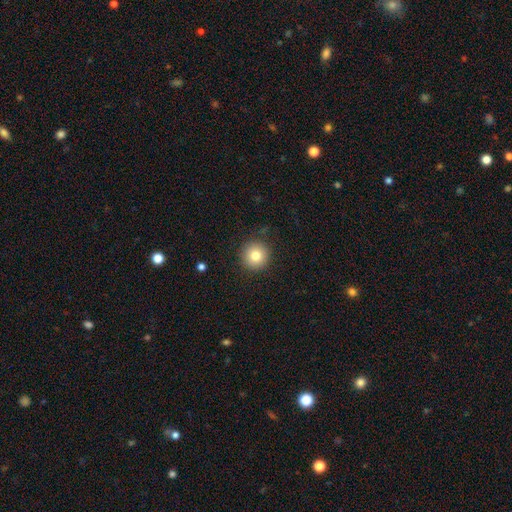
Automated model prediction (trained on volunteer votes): smooth 81%, star or artifact 10%, featured or disk 9%. Down the decision tree: how rounded — round (95%); merging — none (90%).